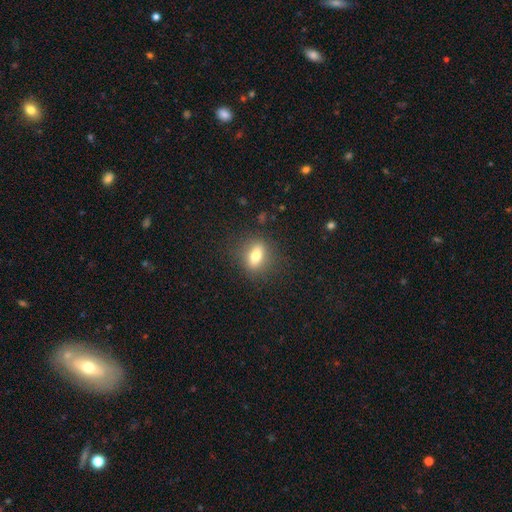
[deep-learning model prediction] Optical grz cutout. It shows a smooth galaxy with no disk features (66%) that is in between round and cigar-shaped (63%). Merging: none (84%).